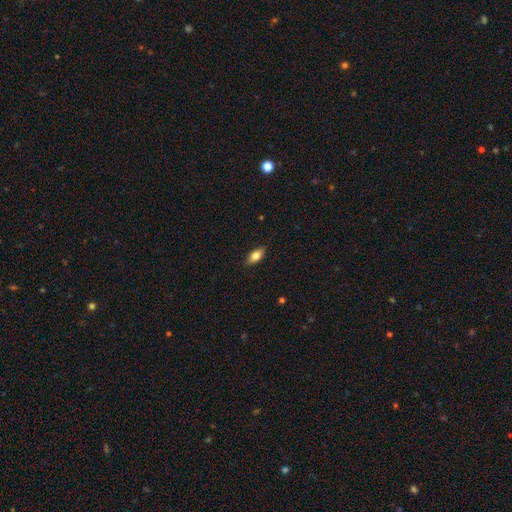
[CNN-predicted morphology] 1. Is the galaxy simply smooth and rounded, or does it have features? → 77% smooth, 16% featured or disk, 7% star or artifact.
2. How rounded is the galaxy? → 87% in between, 9% cigar-shaped, 4% round.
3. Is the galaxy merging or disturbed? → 87% none, 10% minor disturbance, 2% major disturbance, 1% merger.